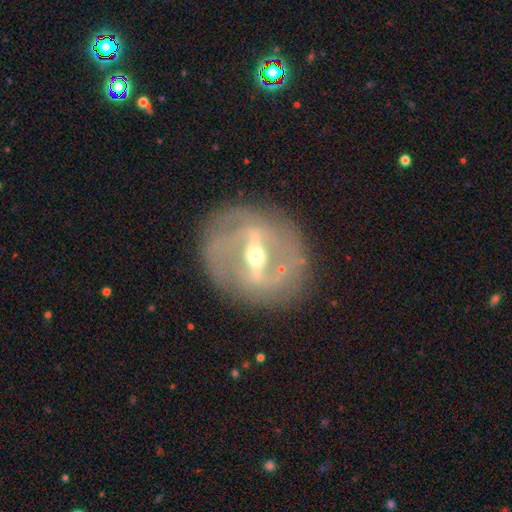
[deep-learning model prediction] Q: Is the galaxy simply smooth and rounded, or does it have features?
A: featured or disk — 84%.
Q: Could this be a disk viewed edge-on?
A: no — 78%.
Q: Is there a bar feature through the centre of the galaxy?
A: strong — 80%.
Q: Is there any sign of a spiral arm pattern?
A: no — 55%.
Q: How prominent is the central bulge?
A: moderate — 60%.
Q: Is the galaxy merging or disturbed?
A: none — 82%.